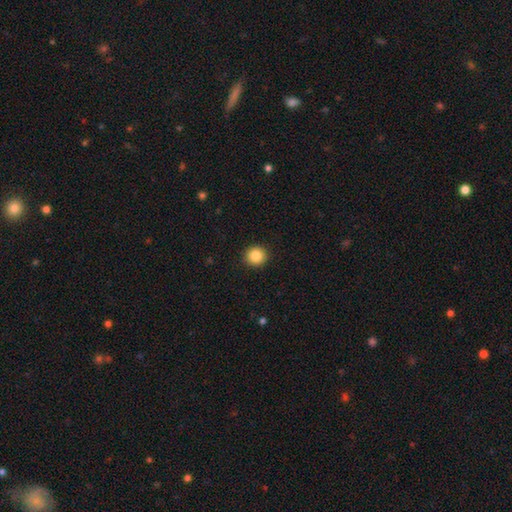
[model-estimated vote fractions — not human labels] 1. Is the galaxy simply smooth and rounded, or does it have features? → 86% smooth, 10% star or artifact, 5% featured or disk.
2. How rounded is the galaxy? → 93% round, 6% in between, 1% cigar-shaped.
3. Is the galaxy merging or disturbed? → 92% none, 5% minor disturbance, 2% major disturbance, 1% merger.